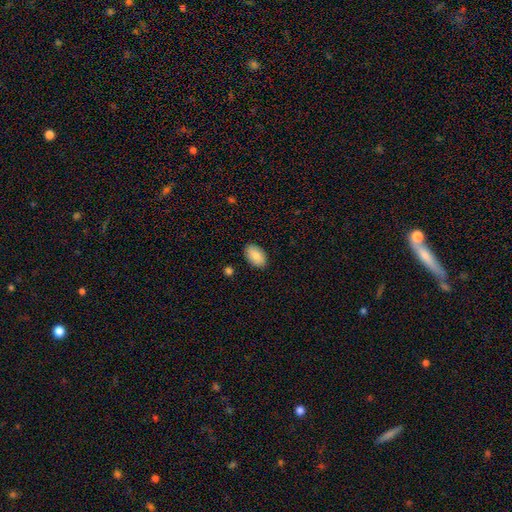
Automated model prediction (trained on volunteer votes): This is clearly a smooth galaxy (86%). How rounded: clearly in between (93%). Merging: clearly none (88%).